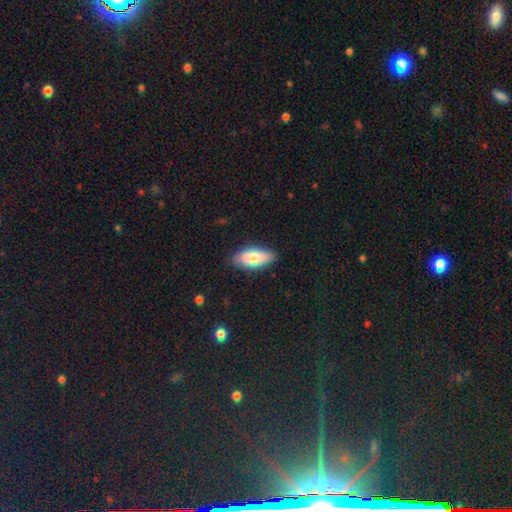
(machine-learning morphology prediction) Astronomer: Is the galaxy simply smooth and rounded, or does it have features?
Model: smooth — 75%.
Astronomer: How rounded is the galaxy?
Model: in between — 89%.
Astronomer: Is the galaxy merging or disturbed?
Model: none — 81%.